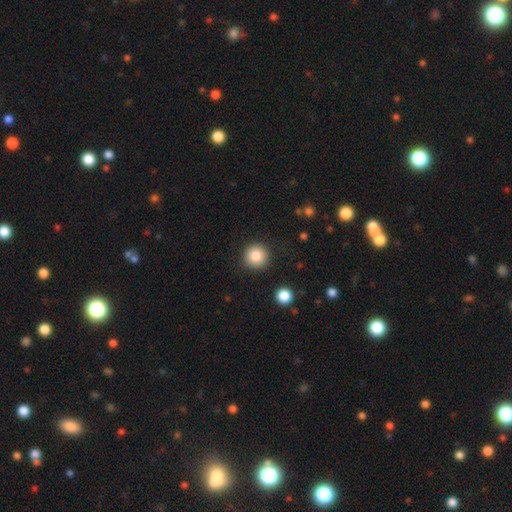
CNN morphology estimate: Overall: smooth (86%). How rounded: round (94%). Merging: none (89%).